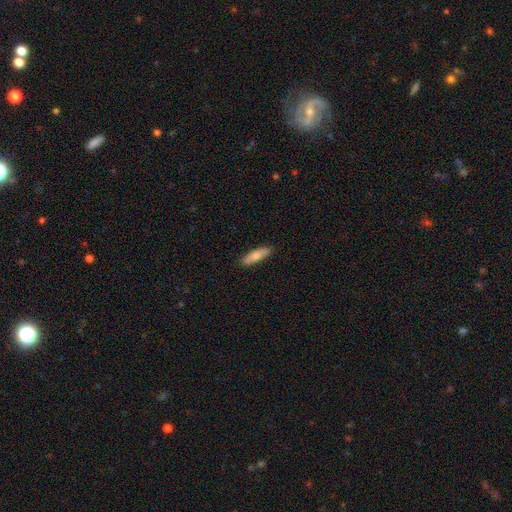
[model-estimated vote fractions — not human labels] Overall: smooth (73%). How rounded: cigar-shaped (56%; in between 42%). Merging: none (86%).